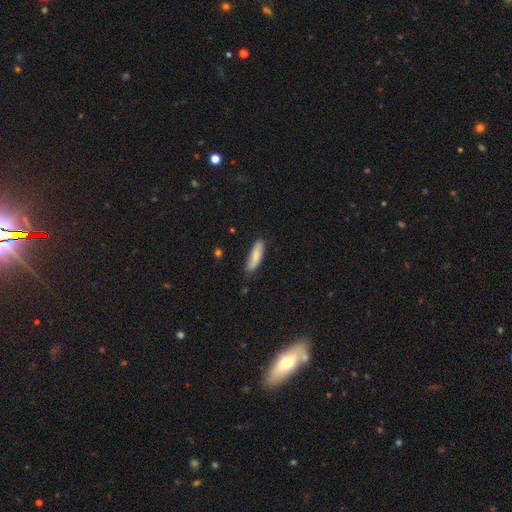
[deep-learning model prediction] Smooth or featured?
  - smooth: 78% *
  - featured or disk: 16%
  - star or artifact: 6%
How rounded?
  - cigar-shaped: 53% *
  - in between: 45%
  - round: 2%
Merging?
  - none: 80% *
  - minor disturbance: 16%
  - major disturbance: 2%
  - merger: 1%